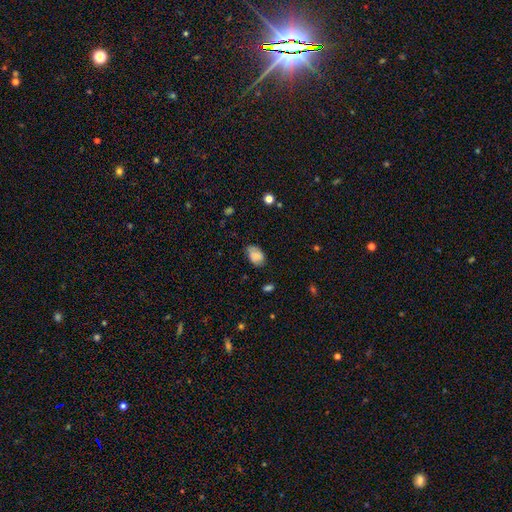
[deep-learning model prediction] smooth-or-featured: smooth: 81% | featured or disk: 11% | star or artifact: 8%
  how-rounded: in between: 87% | round: 12% | cigar-shaped: 1%
  merging: none: 66% | minor disturbance: 27% | major disturbance: 6% | merger: 2%